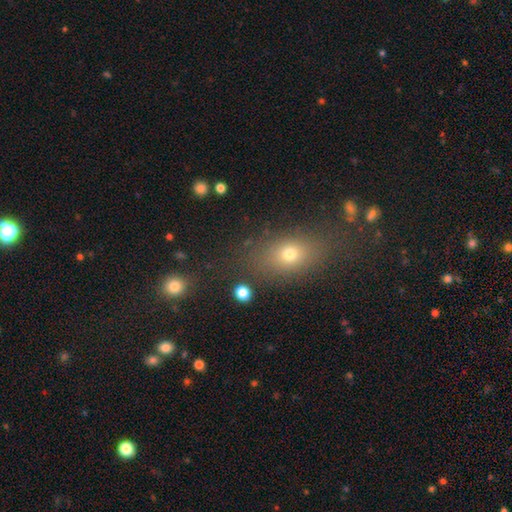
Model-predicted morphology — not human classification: smooth 62%, star or artifact 24%, featured or disk 14%. Down the decision tree: how rounded — in between (66%); merging — none (77%).